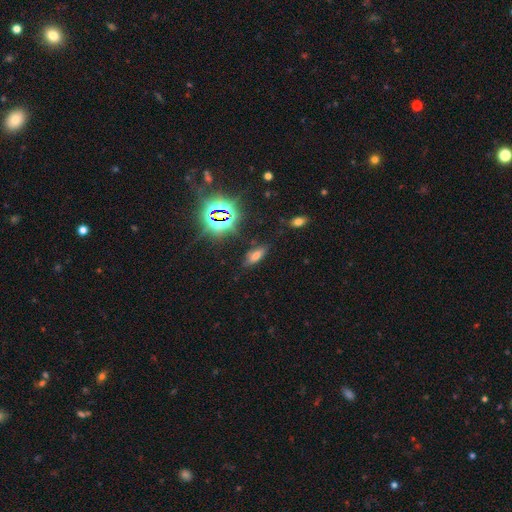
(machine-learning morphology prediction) Smooth or featured: smooth — 57% (star or artifact — 31%)
How rounded: in between — 78% (cigar-shaped — 17%)
Merging: none — 79% (minor disturbance — 14%)